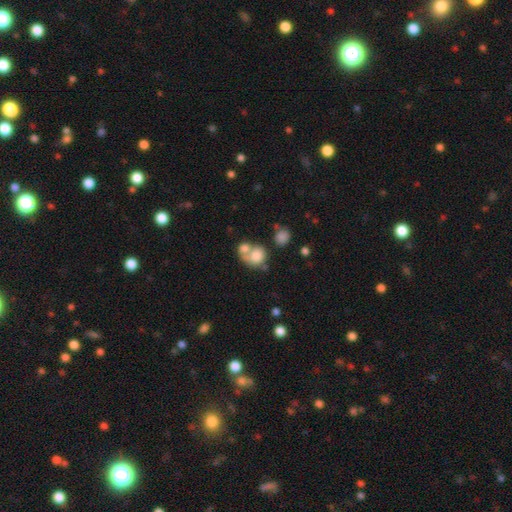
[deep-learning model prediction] The model was most divided on "how rounded": round: 64%, in between: 34%, cigar-shaped: 1%. More confident: smooth or featured — smooth (74%); merging — merger (60%).